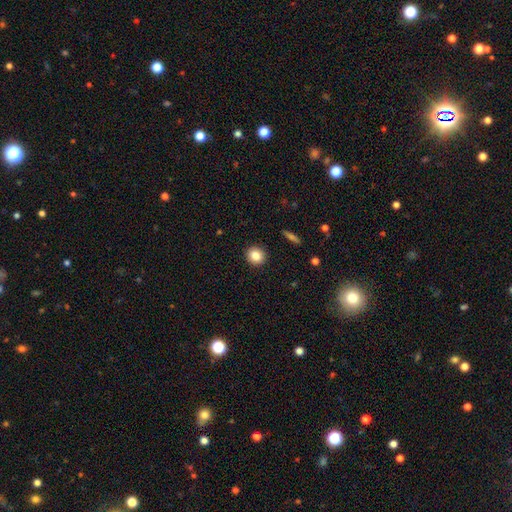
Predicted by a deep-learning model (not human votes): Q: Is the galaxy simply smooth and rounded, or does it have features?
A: smooth — 83%.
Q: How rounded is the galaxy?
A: round — 85%.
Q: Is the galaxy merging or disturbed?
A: none — 92%.